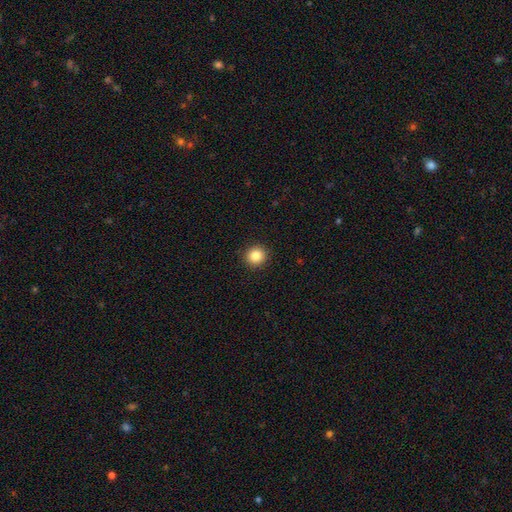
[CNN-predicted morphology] Smooth or featured: smooth — 85% (star or artifact — 10%)
How rounded: round — 92% (in between — 7%)
Merging: none — 93% (minor disturbance — 5%)